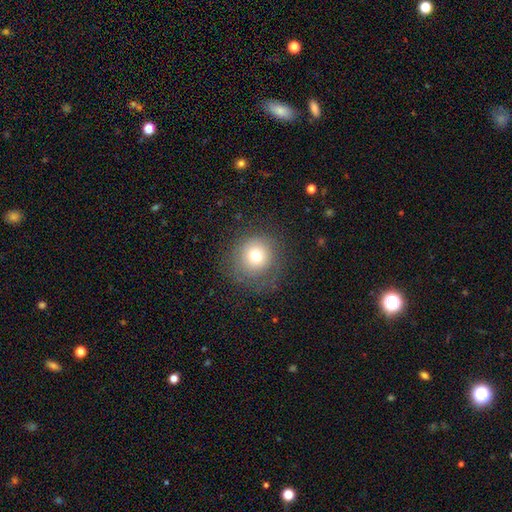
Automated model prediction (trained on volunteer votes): smooth_or_featured: smooth (p=0.72) [alt: featured or disk p=0.14]
how_rounded: round (p=0.91) [alt: in between p=0.08]
merging: none (p=0.78) [alt: minor disturbance p=0.13]